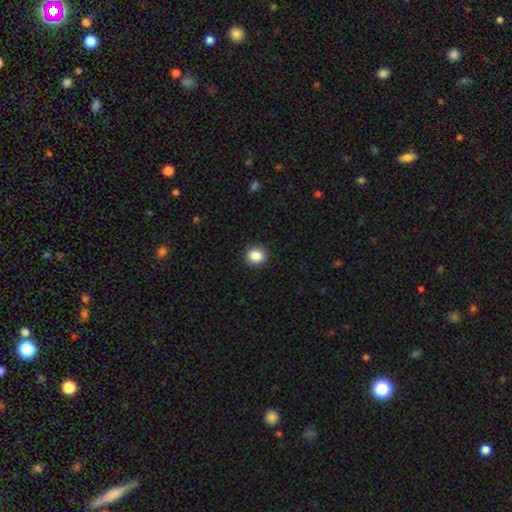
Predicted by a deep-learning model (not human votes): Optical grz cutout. It shows a smooth galaxy with no disk features (86%) that is round (86%). Merging: none (91%).